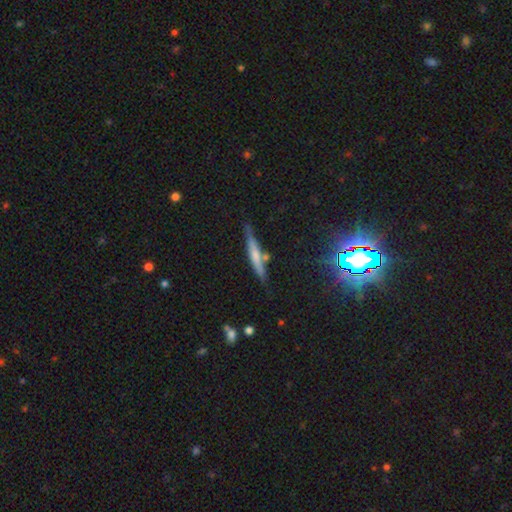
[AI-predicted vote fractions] Overall: smooth (49%; featured or disk 43%). Merging: none (73%).